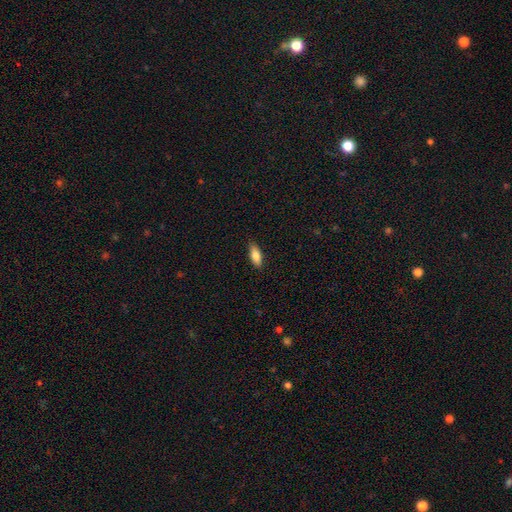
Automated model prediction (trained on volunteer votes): This appears to be a smooth galaxy with no disk features (79%) that is in between round and cigar-shaped (73%). Merging: none (87%).